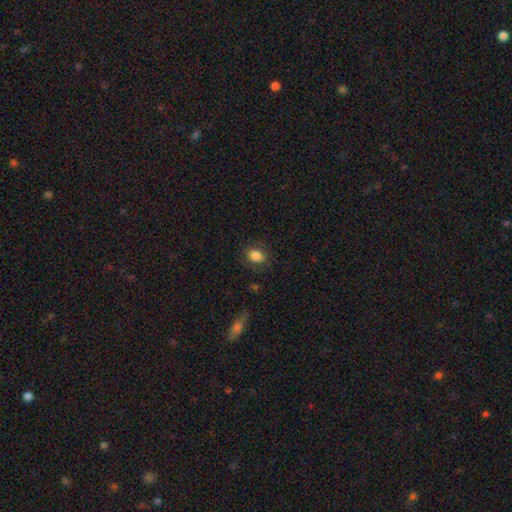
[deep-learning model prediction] A smooth galaxy with no disk features (83%) that is round (52%).

Vote fractions:
- Smooth or featured? smooth: 83% / star or artifact: 10% / featured or disk: 7%
- How rounded? round: 52% / in between: 47% / cigar-shaped: 1%
- Merging? none: 79% / minor disturbance: 14% / major disturbance: 5% / merger: 1%